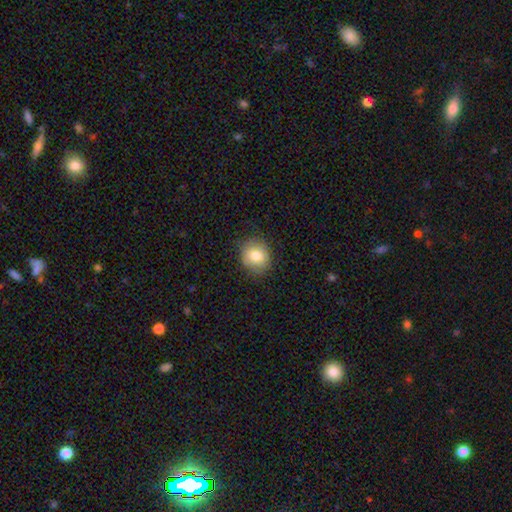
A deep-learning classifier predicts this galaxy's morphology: Smooth or featured? Predicted: smooth (p=0.80). How rounded? Predicted: round (p=0.76). Merging? Predicted: none (p=0.80).